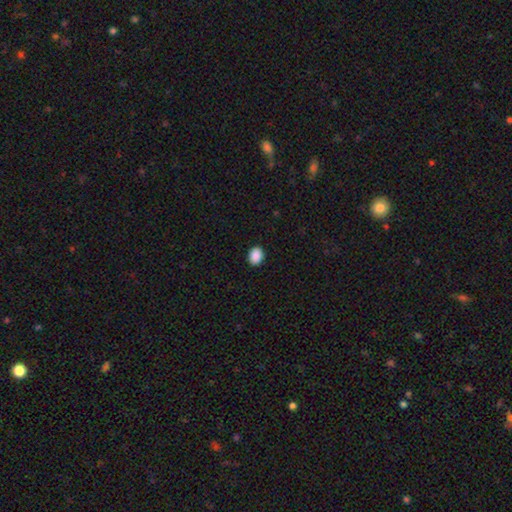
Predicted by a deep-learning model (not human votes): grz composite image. It shows a smooth galaxy with no disk features (90%) that is in between round and cigar-shaped (60%). Merging: none (91%).